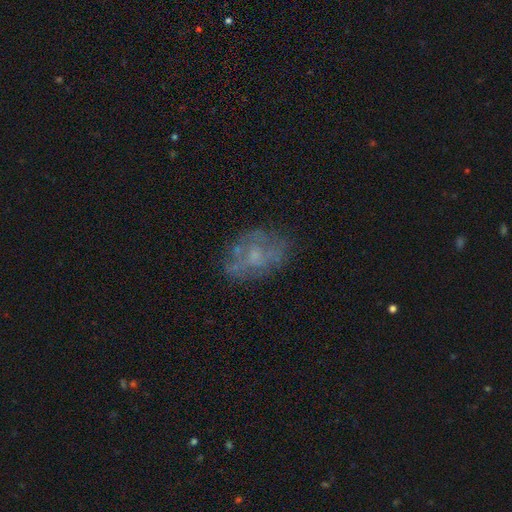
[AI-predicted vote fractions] featured or disk 57%, smooth 30%, star or artifact 13%. Down the decision tree: edge-on disk — no (96%); bar — no (83%); spiral arms — no (66%); bulge size — small (49%); merging — none (65%).